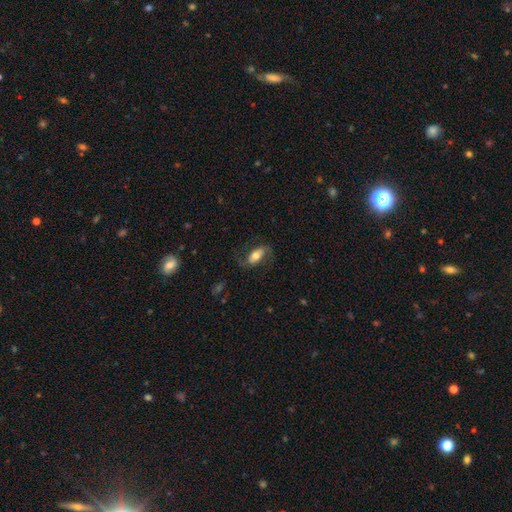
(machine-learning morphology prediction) Overall: featured or disk (49%; smooth 44%). Merging: none (69%).